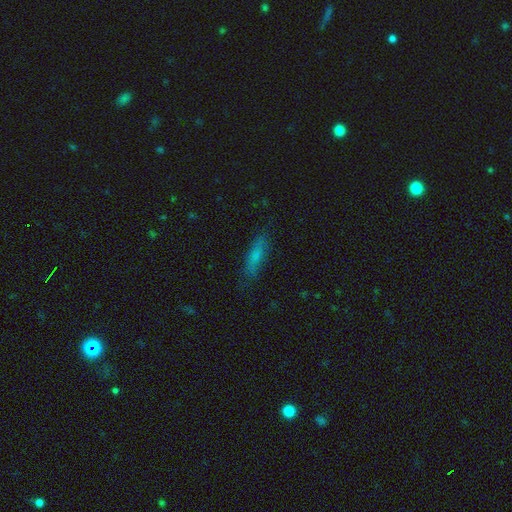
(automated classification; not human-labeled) The model was most divided on "how rounded": cigar-shaped: 68%, in between: 29%, round: 2%. More confident: merging — none (82%); smooth or featured — smooth (70%).